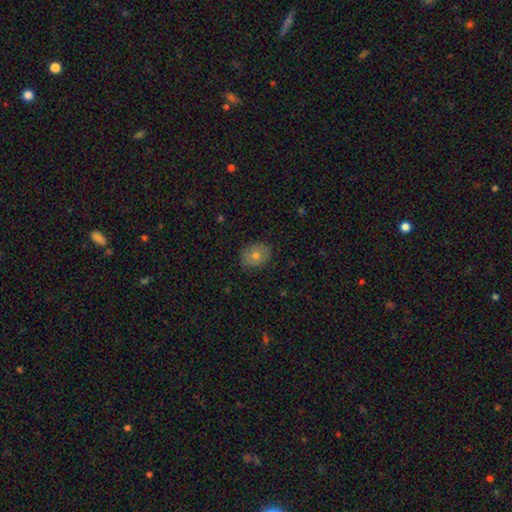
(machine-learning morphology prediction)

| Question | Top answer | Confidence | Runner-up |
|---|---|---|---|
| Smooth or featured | smooth | 71% | featured or disk (19%) |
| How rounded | in between | 53% | round (46%) |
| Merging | none | 86% | minor disturbance (10%) |